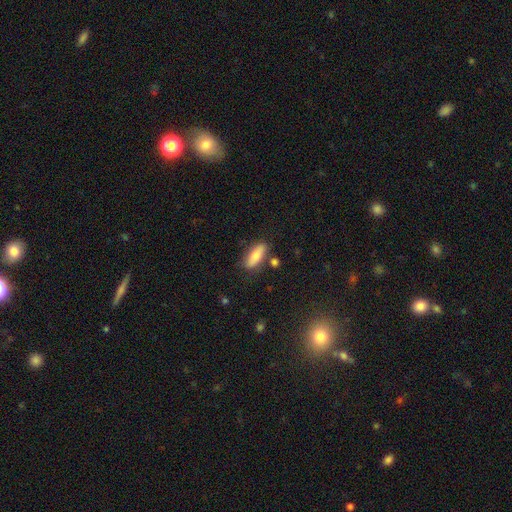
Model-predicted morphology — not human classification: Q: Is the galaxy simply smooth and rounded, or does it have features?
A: smooth — 71%.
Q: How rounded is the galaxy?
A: in between — 66%.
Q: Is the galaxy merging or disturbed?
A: none — 78%.